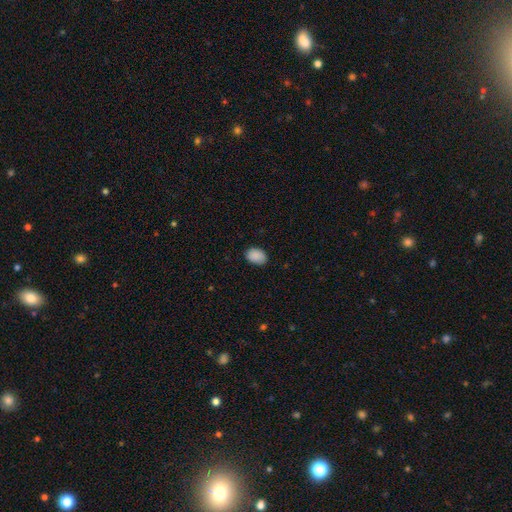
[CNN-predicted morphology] A smooth galaxy with no disk features (89%) that is in between round and cigar-shaped (79%).

Vote fractions:
- Smooth or featured? smooth: 89% / star or artifact: 7% / featured or disk: 3%
- How rounded? in between: 79% / round: 20% / cigar-shaped: 1%
- Merging? none: 82% / minor disturbance: 14% / major disturbance: 3% / merger: 1%